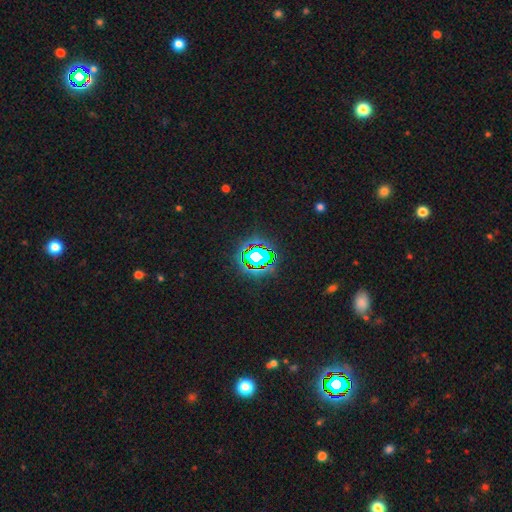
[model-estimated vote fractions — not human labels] The model was most divided on "smooth or featured": star or artifact: 72%, smooth: 15%, featured or disk: 13%.